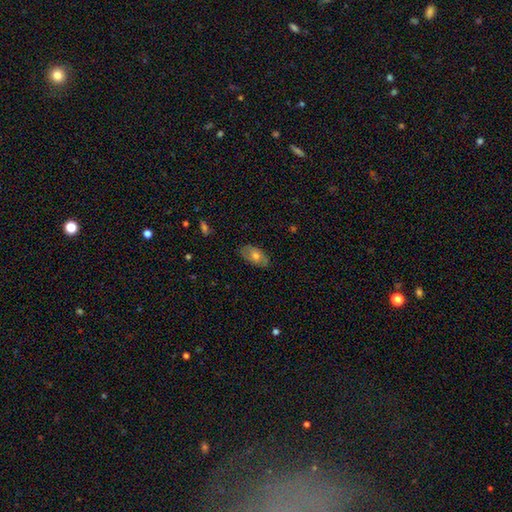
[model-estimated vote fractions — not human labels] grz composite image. It shows a smooth galaxy with no disk features (59%) that is in between round and cigar-shaped (91%). Merging: none (76%).